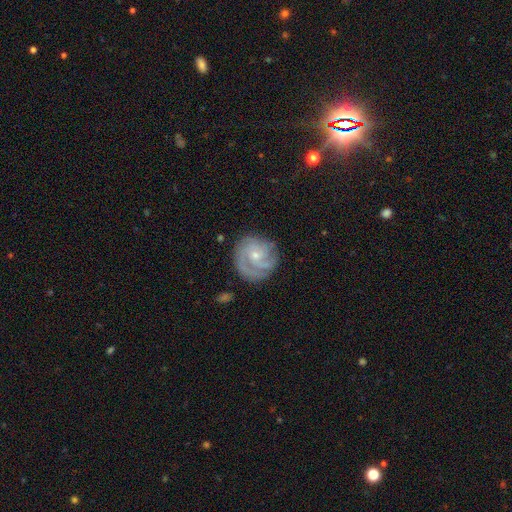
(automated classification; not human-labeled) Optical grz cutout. It shows a featured or disk galaxy (83%) with no bar (70%), 3 (36%) tight (63%) spiral arms (96%) and a small central bulge (72%). Merging: none (76%).